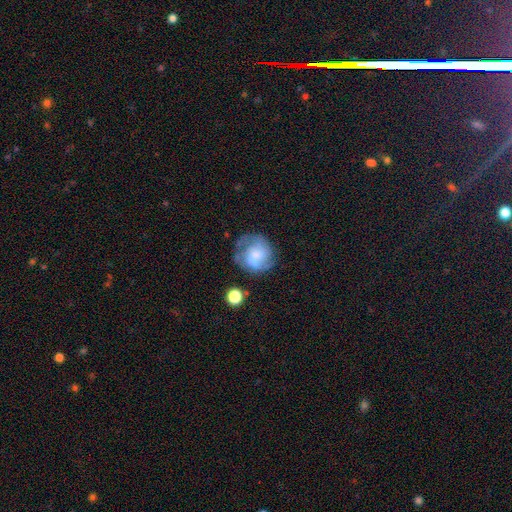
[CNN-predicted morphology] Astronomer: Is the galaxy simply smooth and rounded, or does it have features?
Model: featured or disk — 55% (runner-up: smooth, 37%).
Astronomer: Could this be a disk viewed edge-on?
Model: no — 98%.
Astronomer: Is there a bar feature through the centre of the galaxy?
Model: no — 71%.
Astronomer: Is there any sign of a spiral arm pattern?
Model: yes — 81%.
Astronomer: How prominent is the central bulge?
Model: small — 35% (runner-up: moderate, 26%).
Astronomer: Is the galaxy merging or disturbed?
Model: none — 57%.